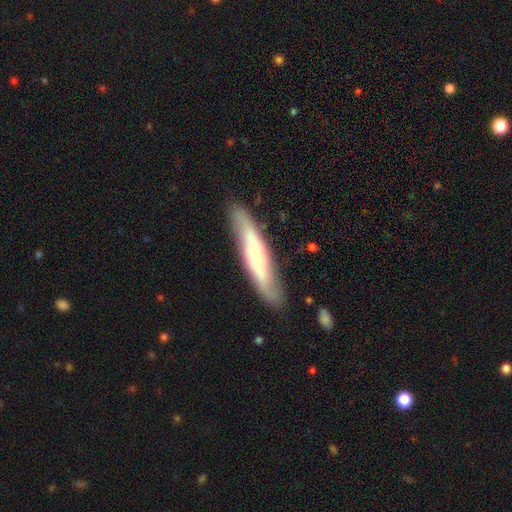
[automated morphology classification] The model was most divided on "smooth or featured": featured or disk: 53%, smooth: 42%, star or artifact: 6%. More confident: merging — none (84%); edge-on disk — yes (56%).